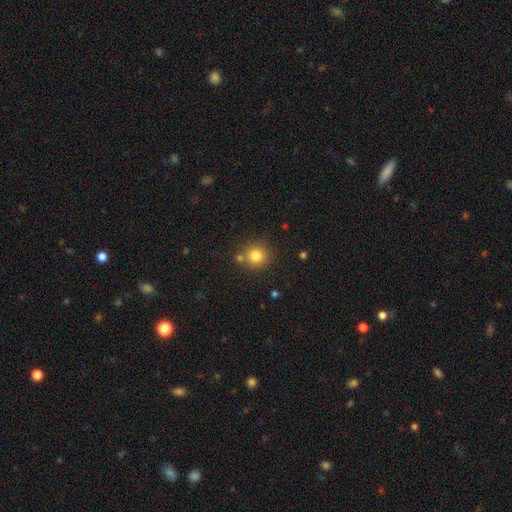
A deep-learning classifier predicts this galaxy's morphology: smooth-or-featured: smooth: 81% | star or artifact: 12% | featured or disk: 8%
  how-rounded: round: 91% | in between: 8% | cigar-shaped: 1%
  merging: none: 74% | merger: 13% | minor disturbance: 9% | major disturbance: 3%